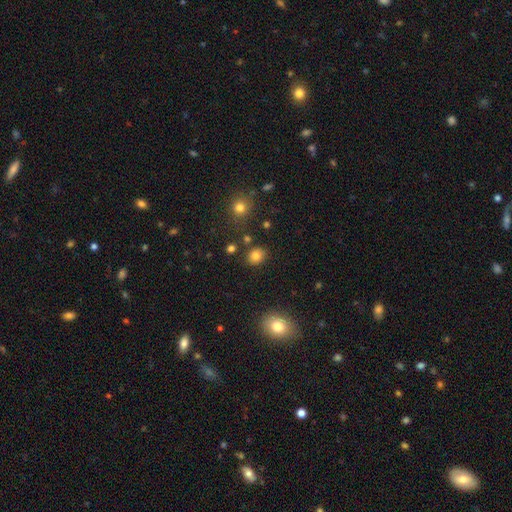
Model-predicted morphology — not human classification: smooth_or_featured: smooth (p=0.82) [alt: star or artifact p=0.12]
how_rounded: round (p=0.56) [alt: in between p=0.43]
merging: none (p=0.84) [alt: minor disturbance p=0.10]